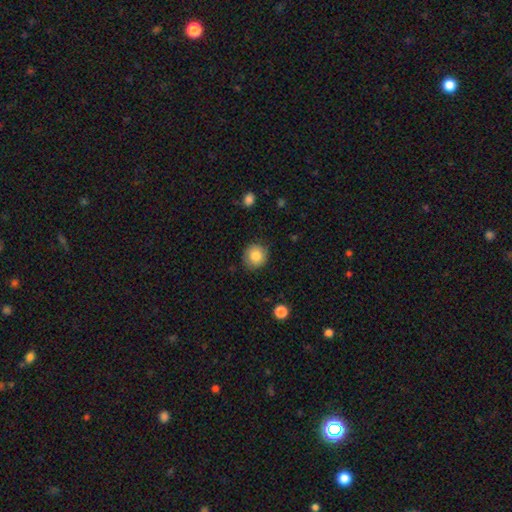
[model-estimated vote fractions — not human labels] Q: Smooth or featured?
A: smooth (83%); runner-up: star or artifact (9%)
Q: How rounded?
A: round (90%); runner-up: in between (9%)
Q: Merging?
A: none (86%); runner-up: minor disturbance (10%)